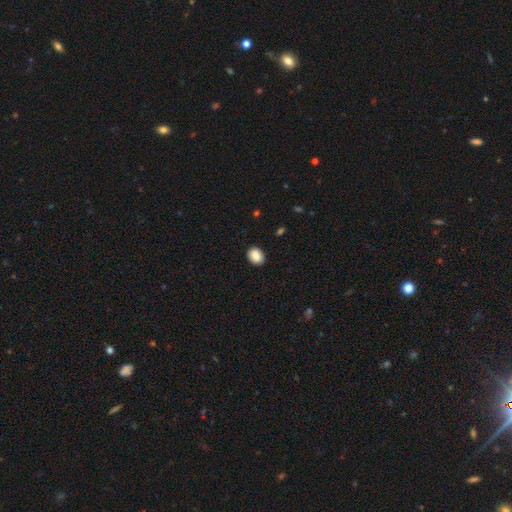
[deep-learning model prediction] Smooth or featured? Predicted: smooth (p=0.86). How rounded? Predicted: in between (p=0.64). Merging? Predicted: none (p=0.90).